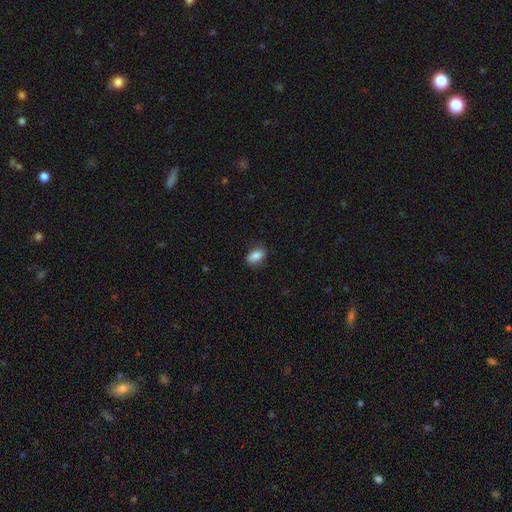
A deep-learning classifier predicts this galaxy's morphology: Q: Smooth or featured?
A: smooth (86%); runner-up: star or artifact (8%)
Q: How rounded?
A: in between (87%); runner-up: round (10%)
Q: Merging?
A: none (82%); runner-up: minor disturbance (14%)